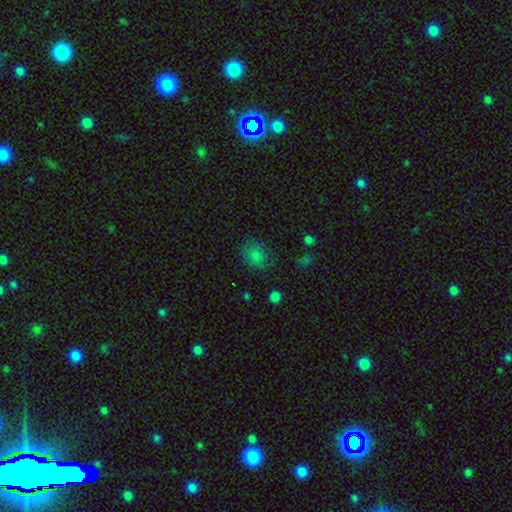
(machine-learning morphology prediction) Smooth or featured: smooth — 81% (star or artifact — 13%)
How rounded: round — 50% (in between — 49%)
Merging: none — 73% (minor disturbance — 18%)